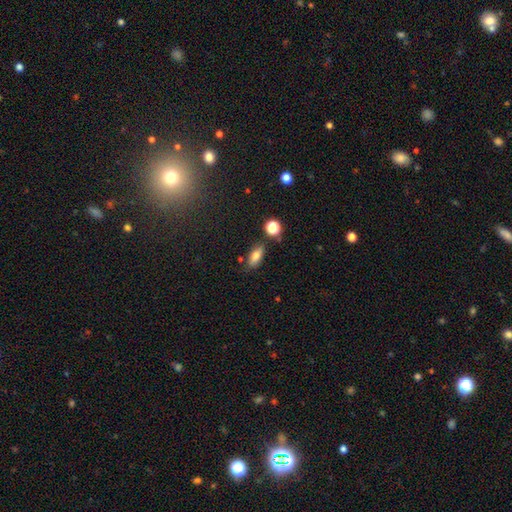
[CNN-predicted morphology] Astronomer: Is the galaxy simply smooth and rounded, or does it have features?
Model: smooth — 74%.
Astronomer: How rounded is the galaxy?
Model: in between — 79%.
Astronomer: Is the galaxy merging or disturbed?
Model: none — 78%.